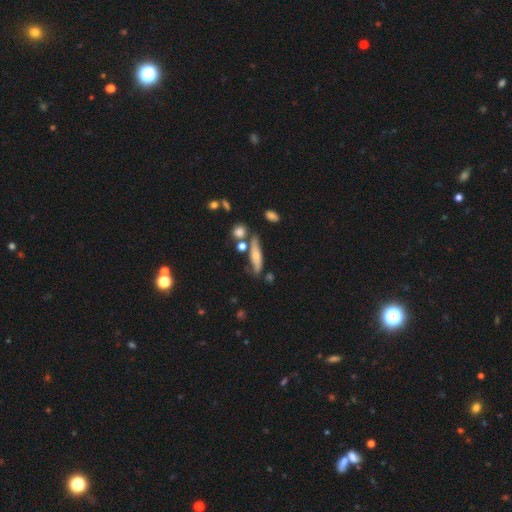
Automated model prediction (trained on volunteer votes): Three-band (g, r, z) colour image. It shows a smooth galaxy with no disk features (52%) that is cigar-shaped (63%). Merging: none (58%).